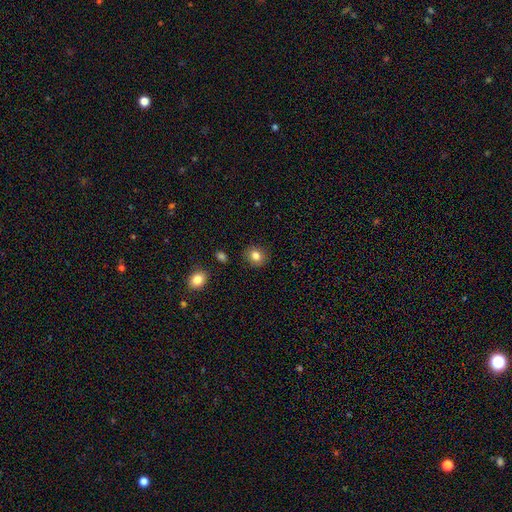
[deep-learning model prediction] The model was most divided on "how rounded": round: 73%, in between: 26%, cigar-shaped: 1%. More confident: merging — none (88%); smooth or featured — smooth (82%).